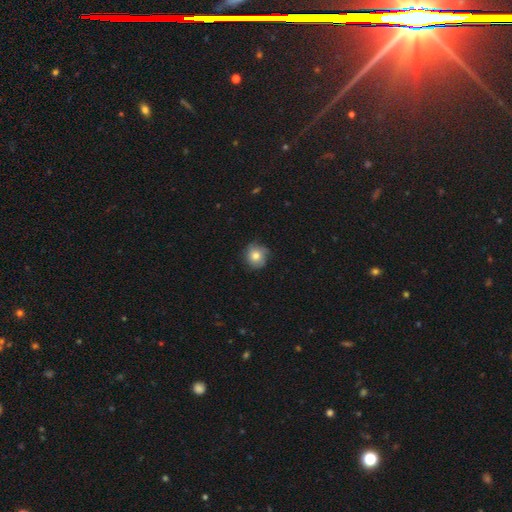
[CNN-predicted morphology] A smooth galaxy with no disk features (69%) that is round (85%).

Vote fractions:
- Smooth or featured? smooth: 69% / featured or disk: 22% / star or artifact: 9%
- How rounded? round: 85% / in between: 14% / cigar-shaped: 1%
- Merging? none: 72% / minor disturbance: 22% / major disturbance: 5% / merger: 1%